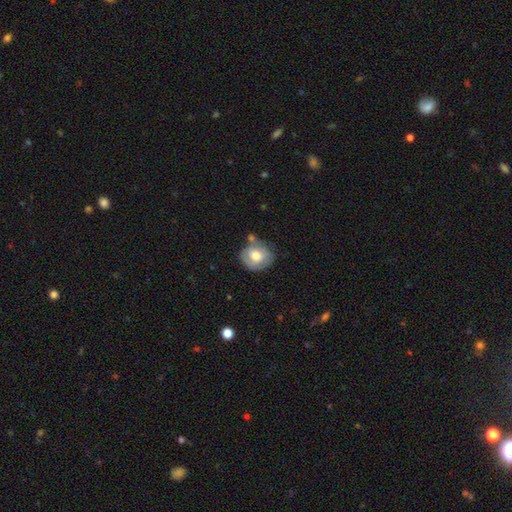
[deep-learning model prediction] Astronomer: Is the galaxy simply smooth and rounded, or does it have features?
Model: smooth — 58% (runner-up: featured or disk, 36%).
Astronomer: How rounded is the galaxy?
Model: round — 72%.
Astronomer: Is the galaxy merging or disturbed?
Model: none — 59%.